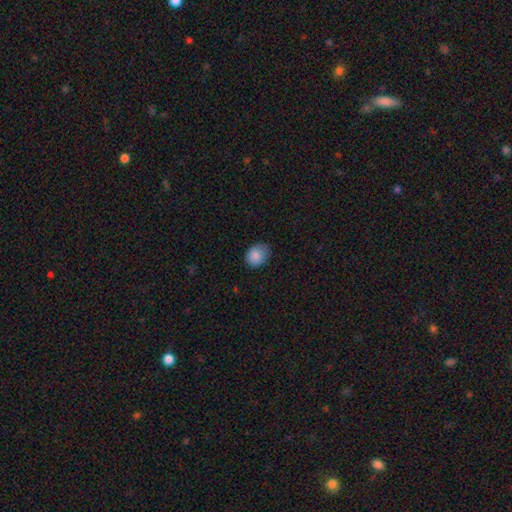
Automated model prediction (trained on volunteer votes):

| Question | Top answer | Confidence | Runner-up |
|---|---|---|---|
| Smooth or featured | smooth | 87% | star or artifact (8%) |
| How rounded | round | 52% | in between (47%) |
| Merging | none | 66% | minor disturbance (28%) |